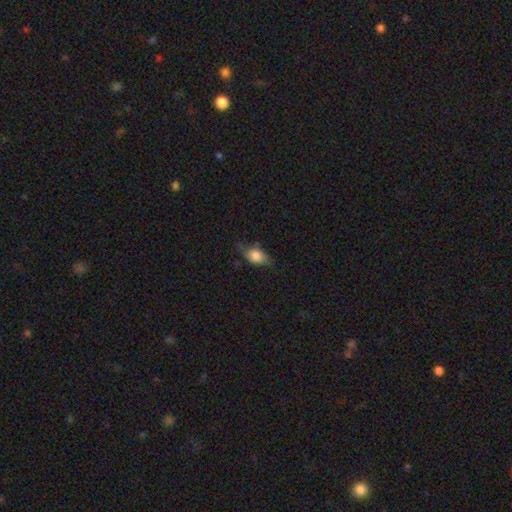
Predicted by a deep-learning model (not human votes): The model was most divided on "merging": none: 60%, minor disturbance: 29%, major disturbance: 9%, merger: 2%. More confident: how rounded — in between (80%); smooth or featured — smooth (72%).